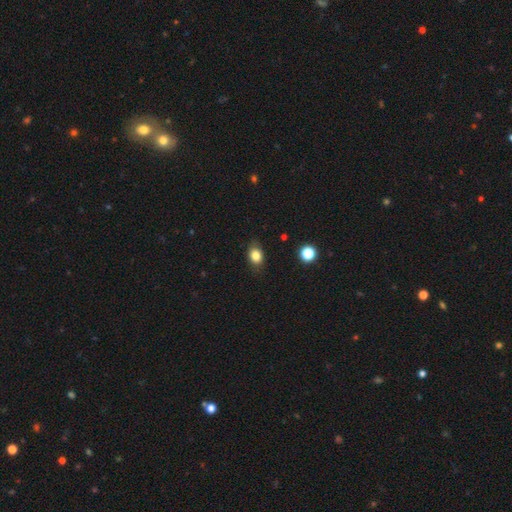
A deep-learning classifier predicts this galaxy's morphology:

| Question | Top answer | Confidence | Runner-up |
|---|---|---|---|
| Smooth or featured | smooth | 82% | star or artifact (10%) |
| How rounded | in between | 67% | round (32%) |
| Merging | none | 81% | minor disturbance (14%) |